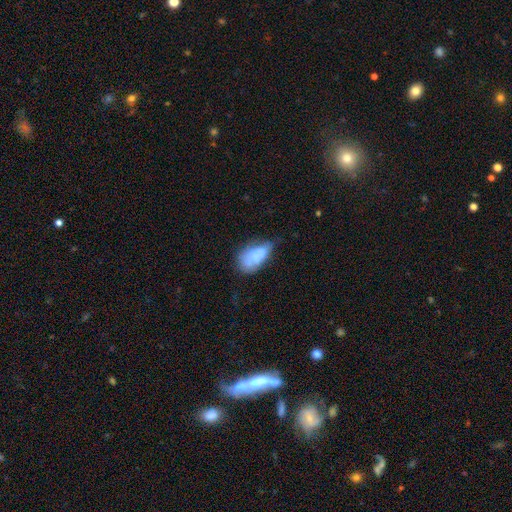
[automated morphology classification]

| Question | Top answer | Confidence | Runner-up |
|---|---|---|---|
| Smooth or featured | smooth | 71% | featured or disk (20%) |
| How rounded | in between | 91% | round (6%) |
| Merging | minor disturbance | 37% | tied: none (37%) |